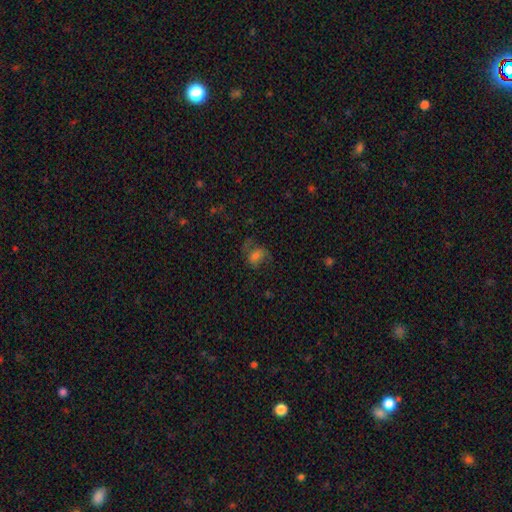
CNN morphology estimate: smooth-or-featured: smooth: 50% | featured or disk: 32% | star or artifact: 18%
  merging: none: 48% | major disturbance: 28% | minor disturbance: 22% | merger: 2%